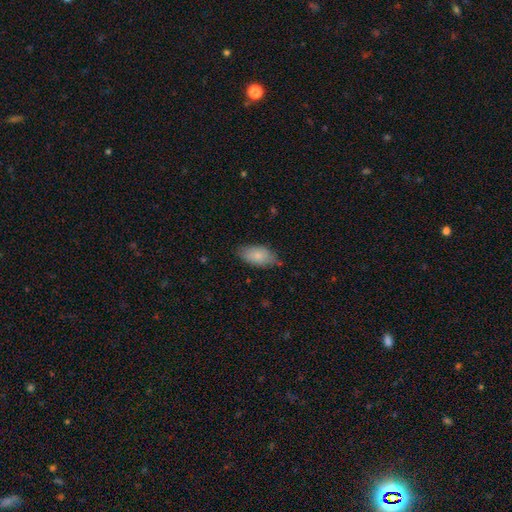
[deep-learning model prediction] The model was most divided on "merging": none: 71%, minor disturbance: 24%, major disturbance: 4%, merger: 2%. More confident: how rounded — in between (92%); smooth or featured — smooth (83%).